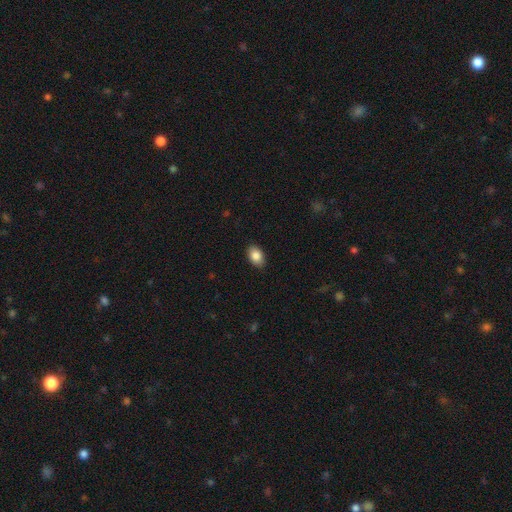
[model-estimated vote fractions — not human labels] This appears to be a smooth galaxy with no disk features (87%) that is in between round and cigar-shaped (86%). Merging: none (89%).